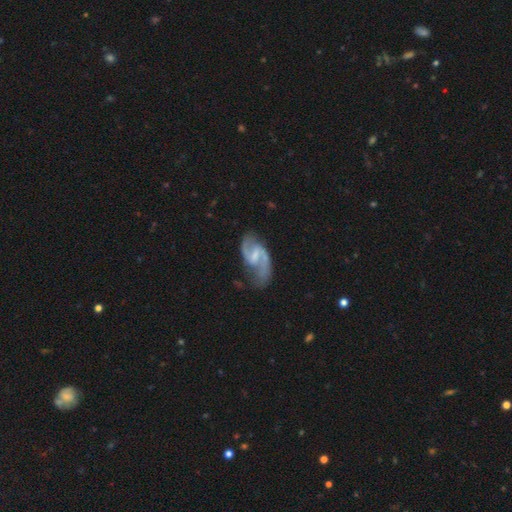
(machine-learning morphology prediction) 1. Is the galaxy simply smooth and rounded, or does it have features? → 89% featured or disk, 7% smooth, 5% star or artifact.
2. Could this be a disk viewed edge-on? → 97% no, 3% yes.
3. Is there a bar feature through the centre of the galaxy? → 56% weak, 28% strong, 15% no.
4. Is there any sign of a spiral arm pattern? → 96% yes, 4% no.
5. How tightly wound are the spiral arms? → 51% medium, 38% loose, 11% tight.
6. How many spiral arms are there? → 91% 2, 3% can't tell, 3% 1, 1% 3, 1% 4, 1% more than 4.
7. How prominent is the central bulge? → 46% small, 26% none, 25% moderate, 2% large, 1% dominant.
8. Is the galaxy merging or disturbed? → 69% none, 19% minor disturbance, 10% major disturbance, 2% merger.